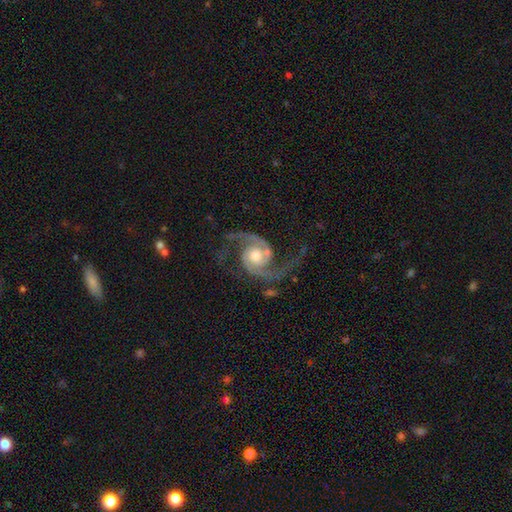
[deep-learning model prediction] Morphology: type=featured or disk (93%); edge-on=no (98%); bar=no (71%); spiral arms=yes (99%); winding=medium (57%); arm count=2 (94%); bulge=moderate (69%); merging=none (74%).